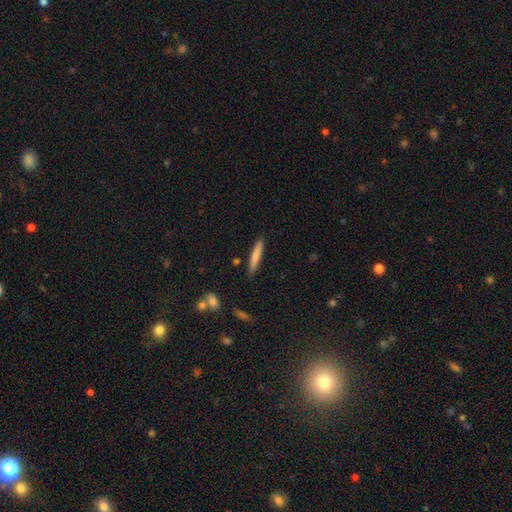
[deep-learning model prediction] smooth_or_featured: smooth (p=0.77) [alt: featured or disk p=0.17]
how_rounded: cigar-shaped (p=0.93) [alt: in between p=0.06]
merging: none (p=0.87) [alt: minor disturbance p=0.09]